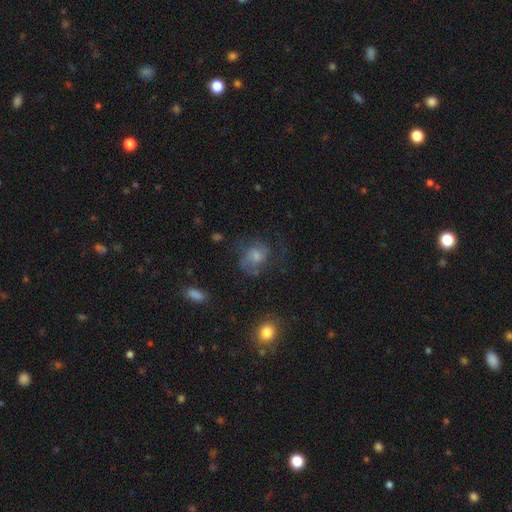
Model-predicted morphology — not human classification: Overall: featured or disk (52%; smooth 32%). Edge-on disk: no (97%). Bar: no (72%). Spiral arms: yes (79%). Bulge size: moderate (43%; small 37%). Merging: none (53%; major disturbance 24%).